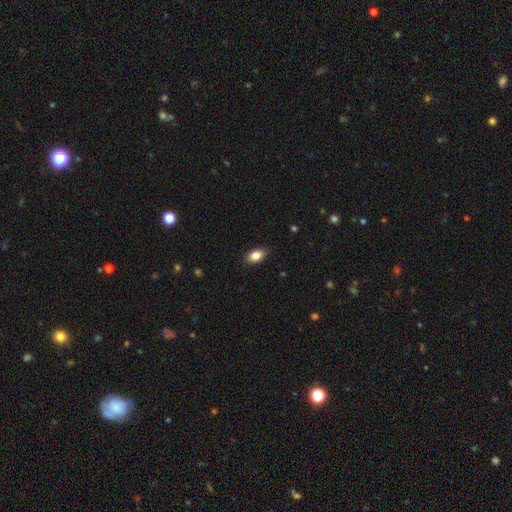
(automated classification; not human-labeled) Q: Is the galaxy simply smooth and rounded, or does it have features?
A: smooth — 85%.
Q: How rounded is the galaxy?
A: in between — 90%.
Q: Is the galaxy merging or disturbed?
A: none — 88%.